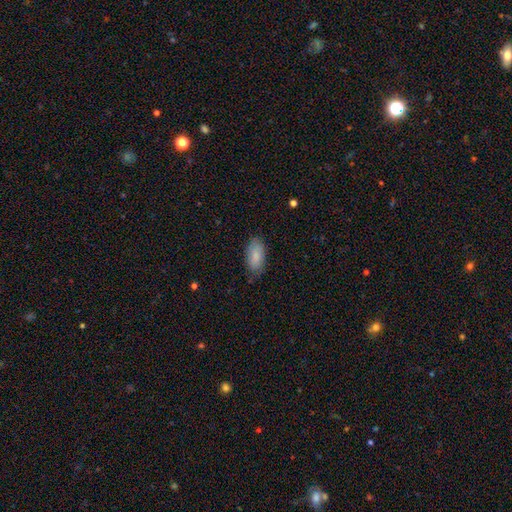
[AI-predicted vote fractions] This appears to be a smooth galaxy with no disk features (85%) that is in between round and cigar-shaped (90%). Merging: none (78%).